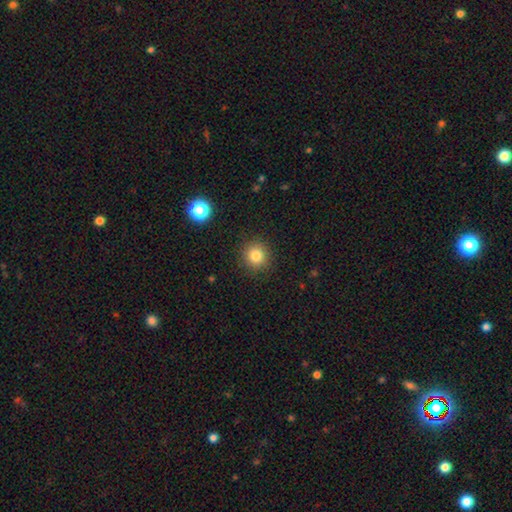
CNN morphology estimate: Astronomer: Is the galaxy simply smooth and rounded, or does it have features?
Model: smooth — 82%.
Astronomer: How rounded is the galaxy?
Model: round — 92%.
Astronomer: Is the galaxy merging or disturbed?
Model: none — 90%.